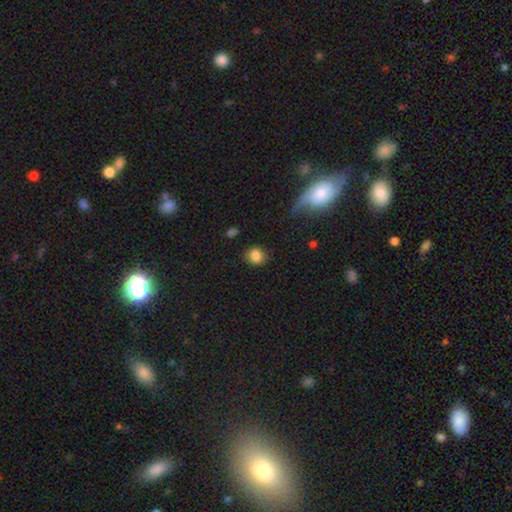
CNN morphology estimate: smooth_or_featured: smooth (p=0.83) [alt: star or artifact p=0.10]
how_rounded: round (p=0.72) [alt: in between p=0.27]
merging: none (p=0.77) [alt: minor disturbance p=0.17]